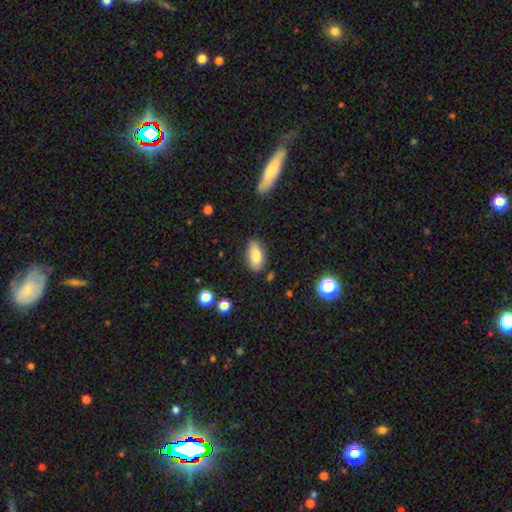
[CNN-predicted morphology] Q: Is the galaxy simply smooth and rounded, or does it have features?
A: smooth — 83%.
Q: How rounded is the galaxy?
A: in between — 89%.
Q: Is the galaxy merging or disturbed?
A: none — 80%.